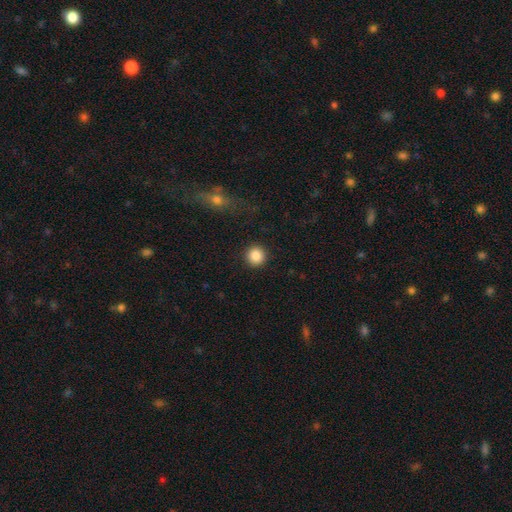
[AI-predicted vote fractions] Smooth or featured? smooth (87%)
How rounded? round (94%)
Merging? none (92%)